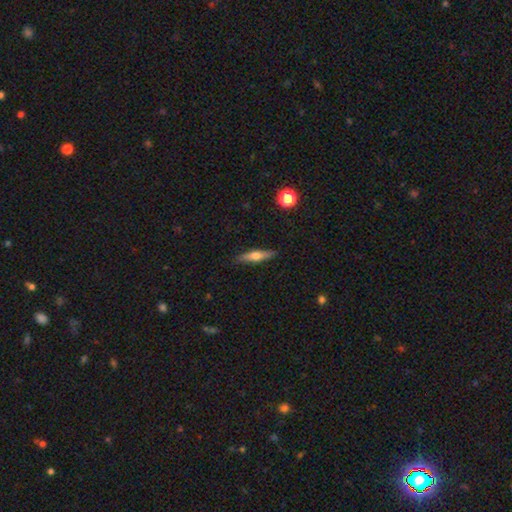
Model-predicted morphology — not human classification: smooth-or-featured: smooth: 47% | featured or disk: 46% | star or artifact: 7%
  merging: none: 88% | minor disturbance: 9% | major disturbance: 2% | merger: 1%